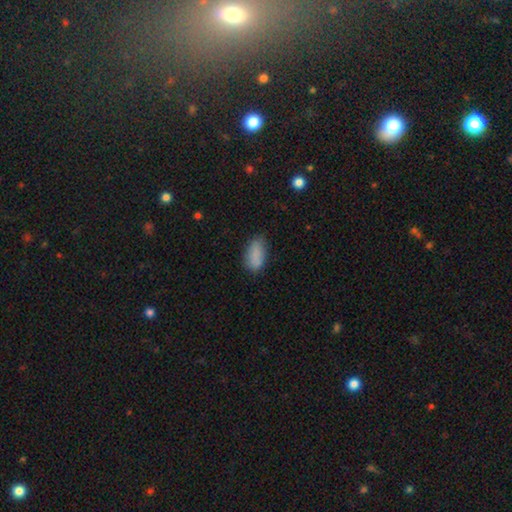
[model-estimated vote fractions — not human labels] A smooth galaxy with no disk features (85%) that is in between round and cigar-shaped (90%).

Vote fractions:
- Smooth or featured? smooth: 85% / star or artifact: 8% / featured or disk: 7%
- How rounded? in between: 90% / cigar-shaped: 6% / round: 4%
- Merging? none: 74% / minor disturbance: 20% / major disturbance: 4% / merger: 2%